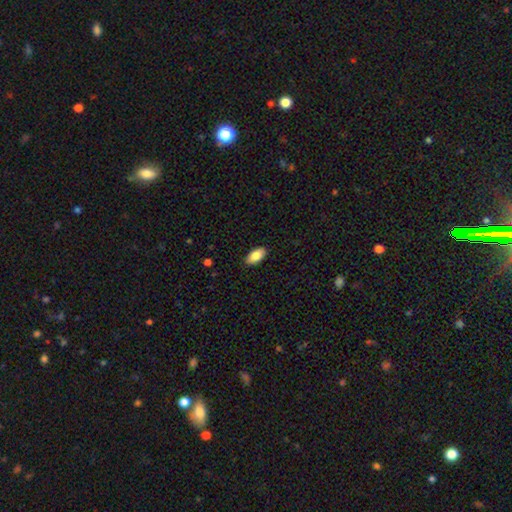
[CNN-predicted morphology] smooth_or_featured: smooth (p=0.84) [alt: featured or disk p=0.09]
how_rounded: in between (p=0.93) [alt: cigar-shaped p=0.04]
merging: none (p=0.89) [alt: minor disturbance p=0.09]